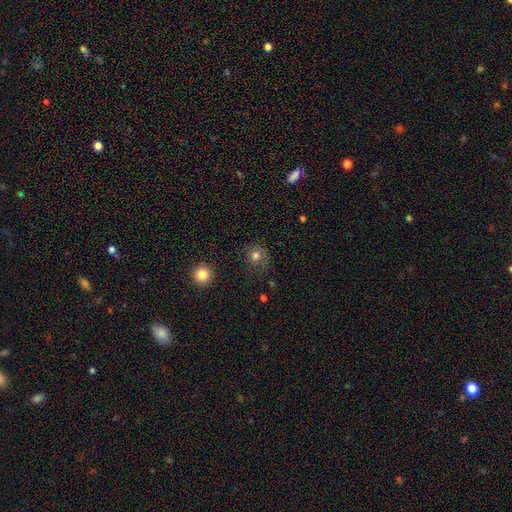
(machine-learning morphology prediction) A smooth galaxy with no disk features (76%) that is round (87%). Merging: none (65%).